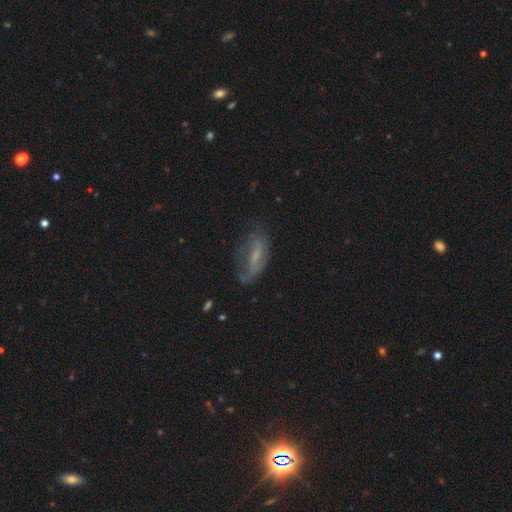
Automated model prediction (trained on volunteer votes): Smooth or featured?
  - featured or disk: 51% *
  - smooth: 39%
  - star or artifact: 10%
Edge-on disk?
  - no: 84% *
  - yes: 16%
Merging?
  - none: 54% *
  - minor disturbance: 27%
  - major disturbance: 17%
  - merger: 2%